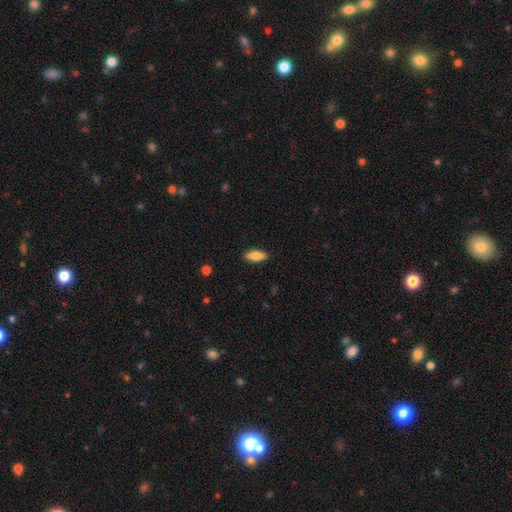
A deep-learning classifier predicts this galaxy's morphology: Smooth or featured?
  - smooth: 83% *
  - featured or disk: 11%
  - star or artifact: 6%
How rounded?
  - in between: 77% *
  - cigar-shaped: 21%
  - round: 2%
Merging?
  - none: 89% *
  - minor disturbance: 8%
  - major disturbance: 2%
  - merger: 1%